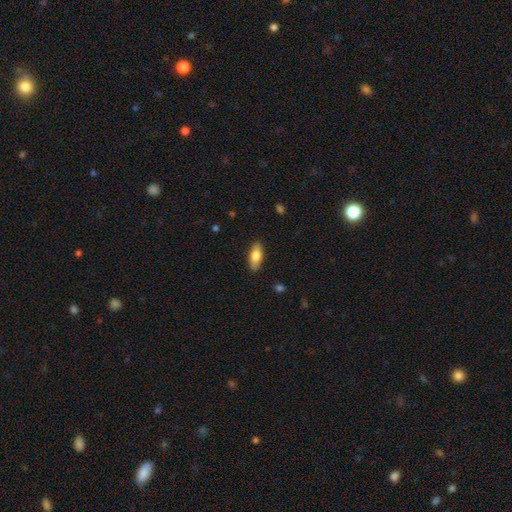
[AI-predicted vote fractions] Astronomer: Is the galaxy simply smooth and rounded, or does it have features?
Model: smooth — 77%.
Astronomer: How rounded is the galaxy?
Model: in between — 79%.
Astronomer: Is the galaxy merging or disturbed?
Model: none — 88%.